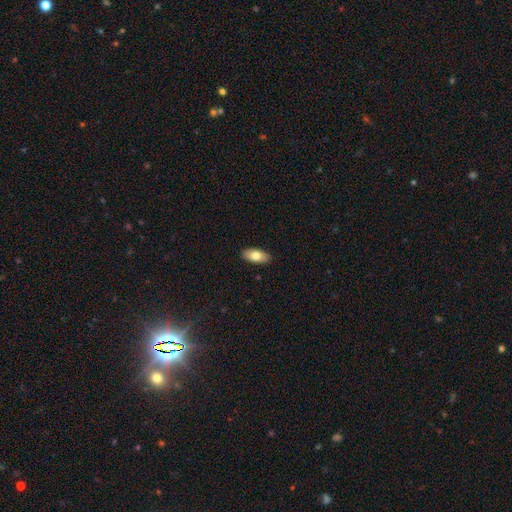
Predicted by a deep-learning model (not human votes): smooth_or_featured: smooth (p=0.76) [alt: featured or disk p=0.18]
how_rounded: in between (p=0.89) [alt: cigar-shaped p=0.08]
merging: none (p=0.90) [alt: minor disturbance p=0.08]